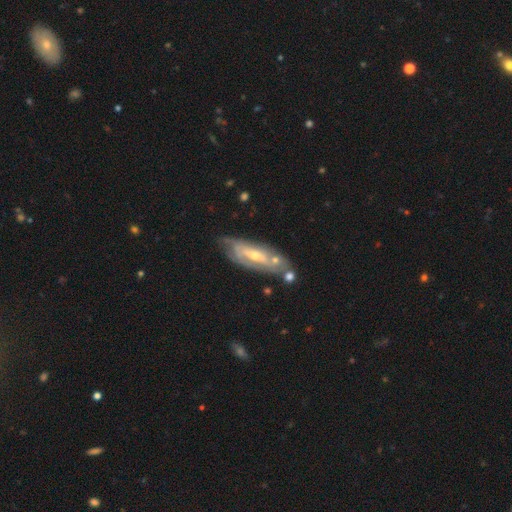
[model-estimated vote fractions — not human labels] Q: Smooth or featured?
A: featured or disk (70%); runner-up: smooth (20%)
Q: Edge-on disk?
A: no (72%); runner-up: yes (28%)
Q: Bar?
A: no (50%); runner-up: weak (37%)
Q: Spiral arms?
A: yes (72%); runner-up: no (28%)
Q: Bulge size?
A: small (51%); runner-up: moderate (45%)
Q: Merging?
A: none (68%); runner-up: minor disturbance (17%)